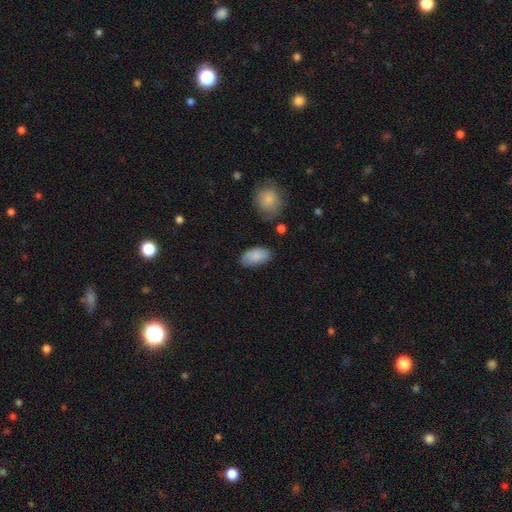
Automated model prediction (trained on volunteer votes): Morphology: type=smooth (87%); roundness=in between (94%); merging=none (79%).